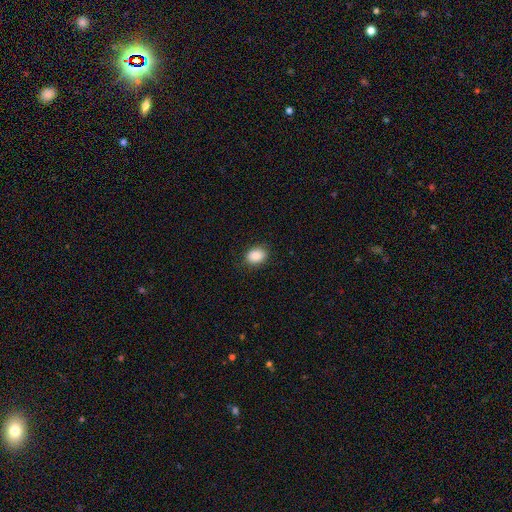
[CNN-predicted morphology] Smooth or featured?
  - smooth: 88% *
  - star or artifact: 8%
  - featured or disk: 4%
How rounded?
  - in between: 68% *
  - round: 31%
  - cigar-shaped: 1%
Merging?
  - none: 84% *
  - minor disturbance: 12%
  - major disturbance: 3%
  - merger: 1%